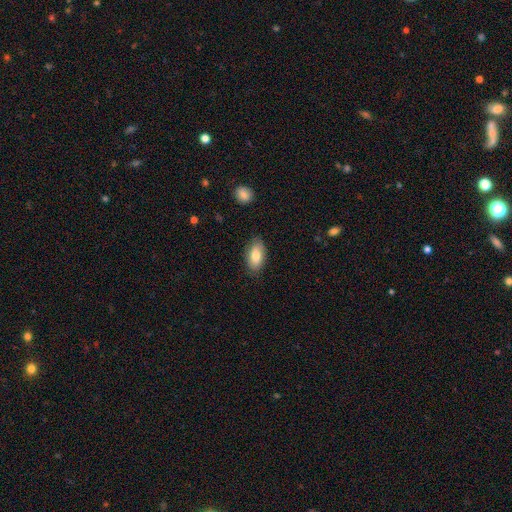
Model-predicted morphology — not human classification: smooth_or_featured: smooth (p=0.80) [alt: featured or disk p=0.13]
how_rounded: in between (p=0.92) [alt: cigar-shaped p=0.04]
merging: none (p=0.83) [alt: minor disturbance p=0.13]